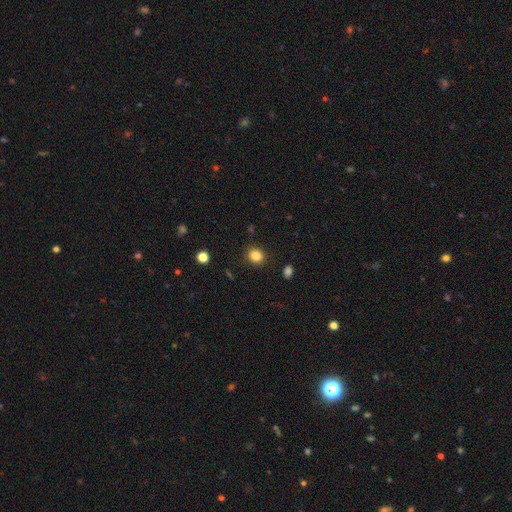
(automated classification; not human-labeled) Smooth or featured?
  - smooth: 85% *
  - star or artifact: 11%
  - featured or disk: 4%
How rounded?
  - round: 64% *
  - in between: 35%
  - cigar-shaped: 1%
Merging?
  - none: 86% *
  - minor disturbance: 9%
  - major disturbance: 3%
  - merger: 2%